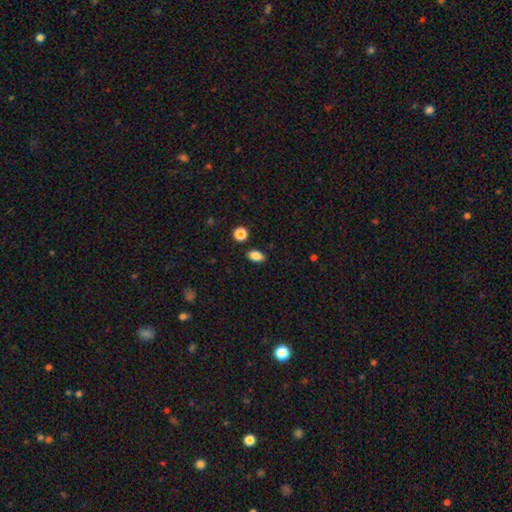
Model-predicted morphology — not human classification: Smooth or featured?
  - smooth: 85% *
  - star or artifact: 9%
  - featured or disk: 5%
How rounded?
  - in between: 87% *
  - round: 10%
  - cigar-shaped: 2%
Merging?
  - none: 85% *
  - minor disturbance: 9%
  - merger: 3%
  - major disturbance: 2%